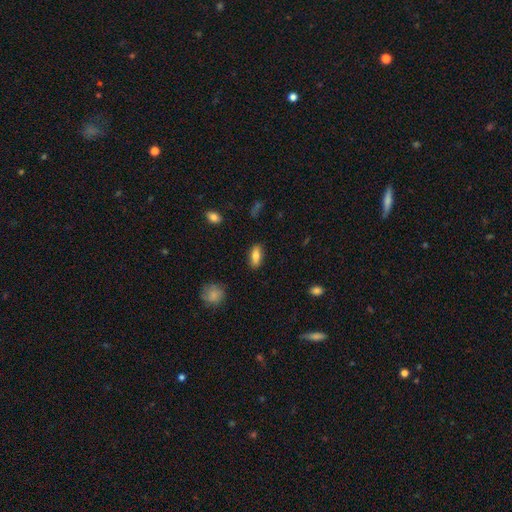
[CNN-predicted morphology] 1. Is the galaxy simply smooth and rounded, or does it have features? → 79% smooth, 14% featured or disk, 7% star or artifact.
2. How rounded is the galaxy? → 80% in between, 17% cigar-shaped, 3% round.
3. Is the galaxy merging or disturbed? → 87% none, 9% minor disturbance, 2% major disturbance, 1% merger.